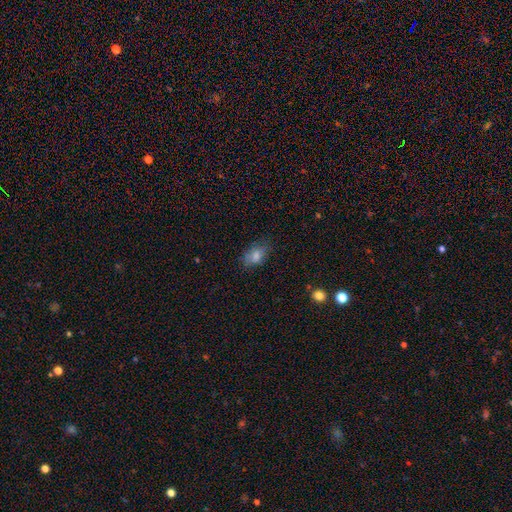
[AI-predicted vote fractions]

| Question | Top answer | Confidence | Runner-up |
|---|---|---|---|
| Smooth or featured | smooth | 78% | featured or disk (12%) |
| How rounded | in between | 86% | round (12%) |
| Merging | none | 68% | minor disturbance (23%) |